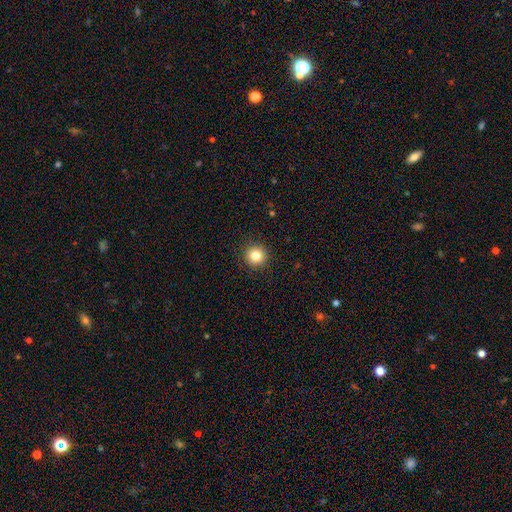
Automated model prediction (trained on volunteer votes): Smooth or featured?
  - smooth: 83% *
  - star or artifact: 11%
  - featured or disk: 6%
How rounded?
  - round: 95% *
  - in between: 4%
  - cigar-shaped: 1%
Merging?
  - none: 92% *
  - minor disturbance: 5%
  - major disturbance: 2%
  - merger: 1%